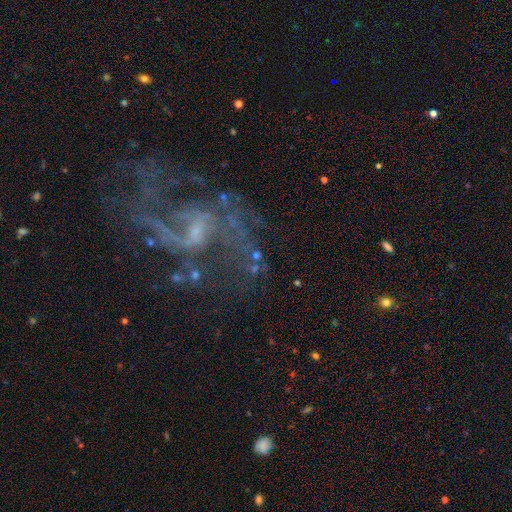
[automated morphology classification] smooth_or_featured: featured or disk (p=0.71) [alt: star or artifact p=0.17]
disk_edge_on: no (p=0.96) [alt: yes p=0.04]
bar: weak (p=0.41) [alt: no p=0.38]
has_spiral_arms: yes (p=0.70) [alt: no p=0.30]
bulge_size: small (p=0.48) [alt: none p=0.27]
merging: none (p=0.44) [alt: major disturbance p=0.32]